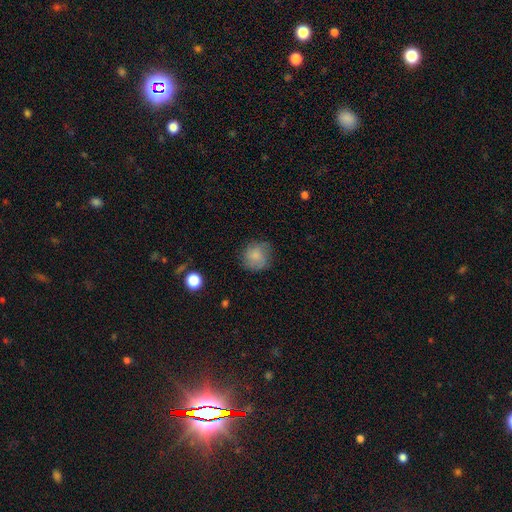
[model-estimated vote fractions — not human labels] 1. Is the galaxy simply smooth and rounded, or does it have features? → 76% smooth, 15% featured or disk, 9% star or artifact.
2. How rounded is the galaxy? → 86% round, 13% in between, 1% cigar-shaped.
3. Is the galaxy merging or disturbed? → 74% none, 19% minor disturbance, 6% major disturbance, 1% merger.